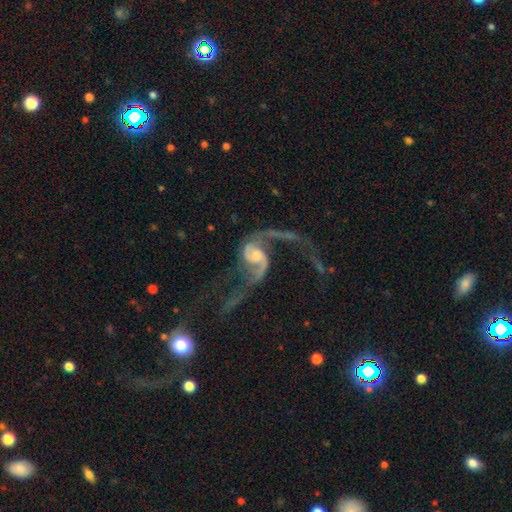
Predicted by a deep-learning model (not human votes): Morphology: type=featured or disk (90%); edge-on=no (97%); bar=no (54%); spiral arms=yes (96%); winding=loose (74%); arm count=2 (91%); bulge=moderate (54%); merging=major disturbance (41%).